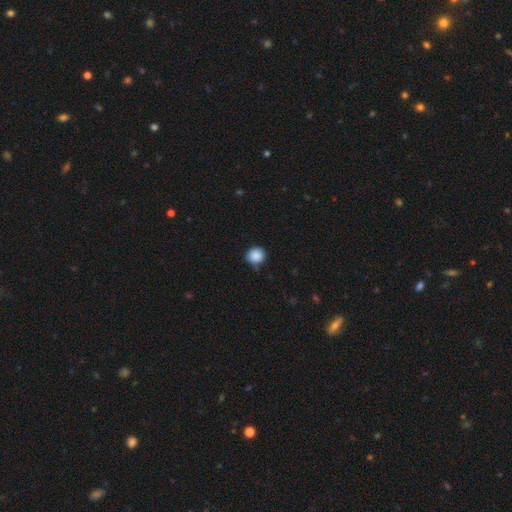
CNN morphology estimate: Smooth or featured? smooth (87%)
How rounded? round (88%)
Merging? none (75%)